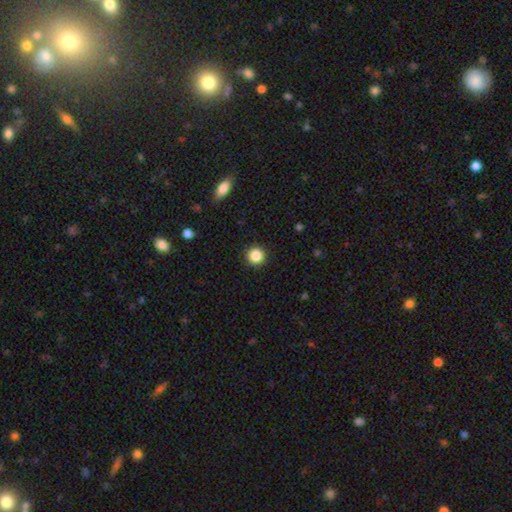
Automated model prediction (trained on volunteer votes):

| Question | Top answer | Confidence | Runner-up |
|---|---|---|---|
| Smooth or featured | smooth | 86% | star or artifact (10%) |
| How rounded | round | 96% | in between (3%) |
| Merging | none | 92% | minor disturbance (5%) |